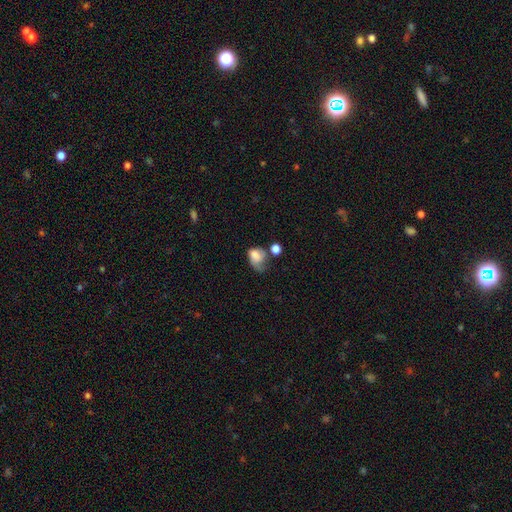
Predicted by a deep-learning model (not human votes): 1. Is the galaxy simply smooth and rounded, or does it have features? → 61% smooth, 29% featured or disk, 10% star or artifact.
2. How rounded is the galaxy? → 62% in between, 37% round, 1% cigar-shaped.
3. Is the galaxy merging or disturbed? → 36% major disturbance, 24% minor disturbance, 22% none, 17% merger.